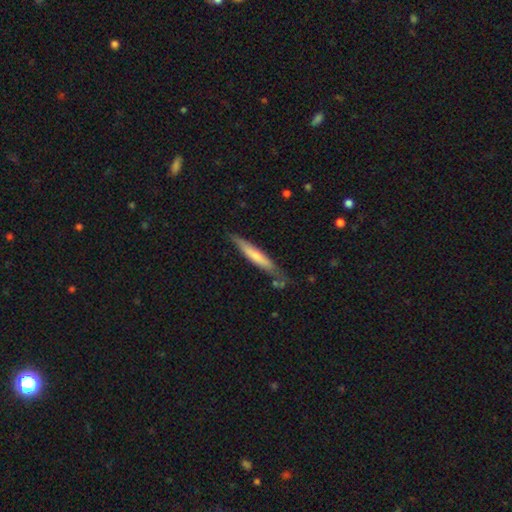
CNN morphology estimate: Smooth or featured?
  - smooth: 60% *
  - featured or disk: 35%
  - star or artifact: 5%
How rounded?
  - cigar-shaped: 92% *
  - in between: 6%
  - round: 1%
Merging?
  - none: 73% *
  - minor disturbance: 19%
  - major disturbance: 4%
  - merger: 4%